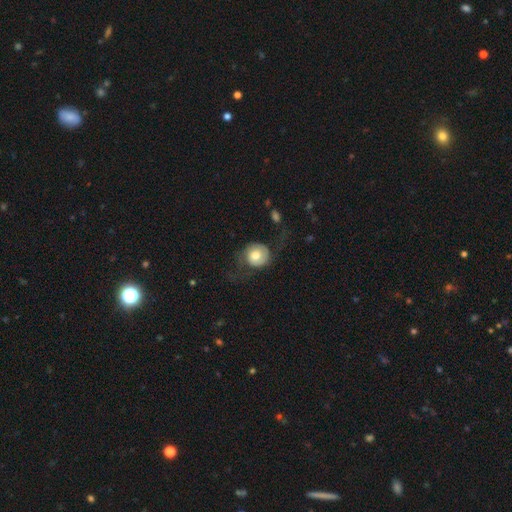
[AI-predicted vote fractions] Smooth or featured: smooth — 57% (featured or disk — 36%)
How rounded: round — 84% (in between — 15%)
Merging: none — 43% (major disturbance — 34%)